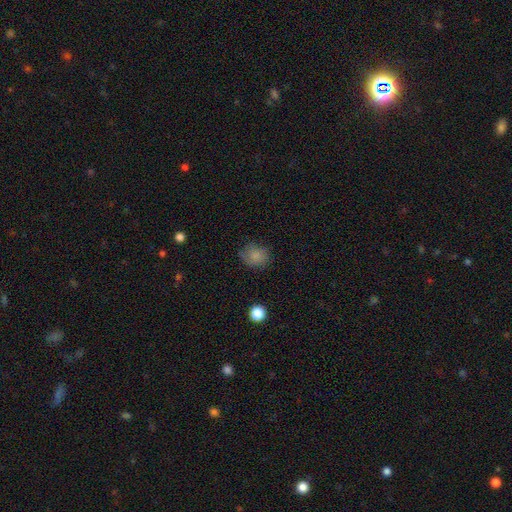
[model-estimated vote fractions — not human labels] This appears to be a smooth galaxy with no disk features (81%) that is round (73%). Merging: none (72%).